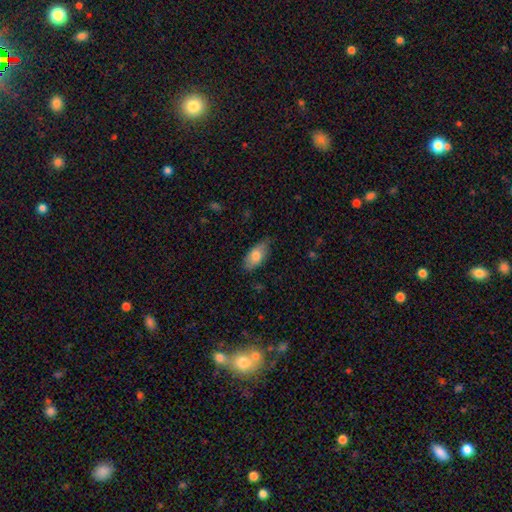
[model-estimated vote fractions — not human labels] This appears to be a smooth galaxy with no disk features (79%) that is in between round and cigar-shaped (90%). Merging: none (73%).